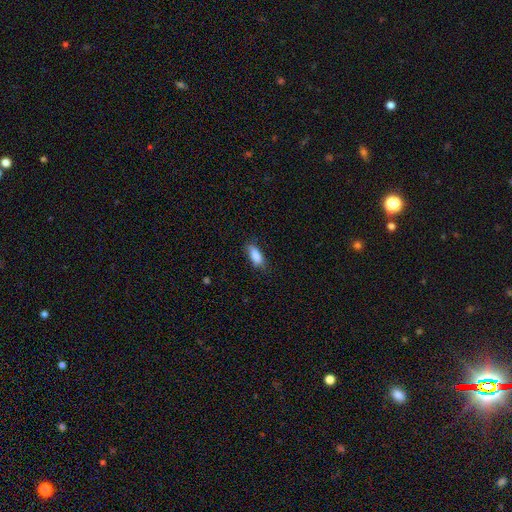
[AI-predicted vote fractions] A smooth galaxy with no disk features (87%) that is in between round and cigar-shaped (78%). Merging: none (77%).